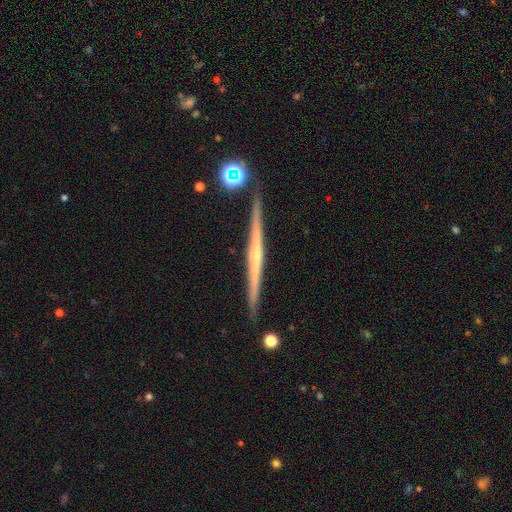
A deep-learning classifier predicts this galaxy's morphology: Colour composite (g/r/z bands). It shows a featured or disk galaxy (75%) viewed edge-on (98%) with no central bulge (55%). Merging: none (90%).